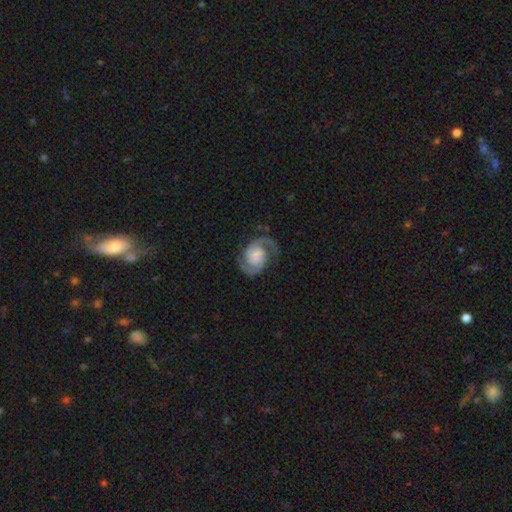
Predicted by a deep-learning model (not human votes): Smooth or featured?
  - featured or disk: 90% *
  - smooth: 6%
  - star or artifact: 5%
Edge-on disk?
  - no: 98% *
  - yes: 2%
Bar?
  - no: 69% *
  - weak: 24%
  - strong: 7%
Spiral arms?
  - yes: 98% *
  - no: 2%
Spiral winding?
  - medium: 55% *
  - tight: 30%
  - loose: 16%
Spiral arm count?
  - 2: 94% *
  - can't tell: 2%
  - 1: 1%
  - 3: 1%
  - 4: 1%
  - more than 4: 1%
Bulge size?
  - small: 40% *
  - moderate: 26%
  - none: 18%
  - large: 13%
  - dominant: 3%
Merging?
  - none: 79% *
  - minor disturbance: 13%
  - major disturbance: 6%
  - merger: 1%